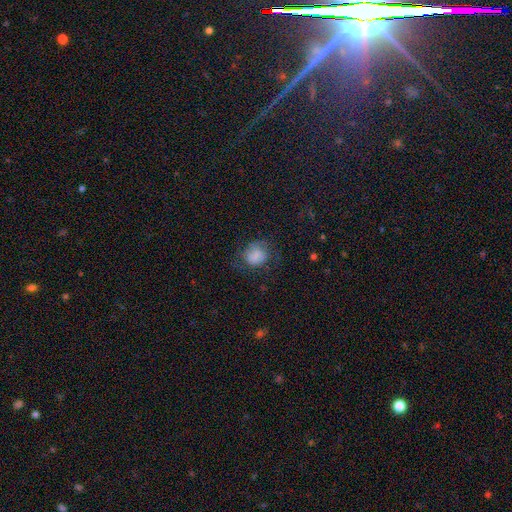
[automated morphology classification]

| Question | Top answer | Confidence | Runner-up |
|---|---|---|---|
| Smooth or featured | smooth | 65% | featured or disk (24%) |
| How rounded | round | 65% | in between (34%) |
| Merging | none | 55% | minor disturbance (23%) |